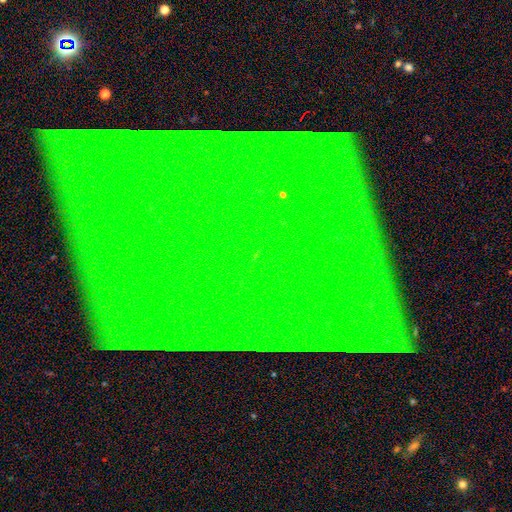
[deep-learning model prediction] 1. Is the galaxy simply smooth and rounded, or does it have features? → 84% star or artifact, 8% featured or disk, 7% smooth.